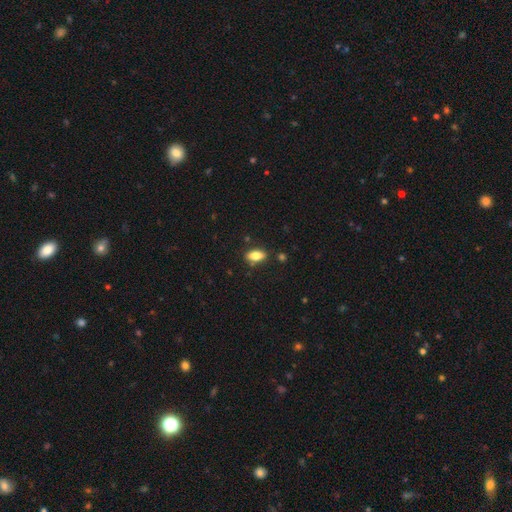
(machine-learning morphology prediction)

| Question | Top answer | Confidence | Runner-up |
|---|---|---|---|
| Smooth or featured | smooth | 80% | featured or disk (13%) |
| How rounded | in between | 87% | cigar-shaped (9%) |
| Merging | none | 83% | minor disturbance (12%) |